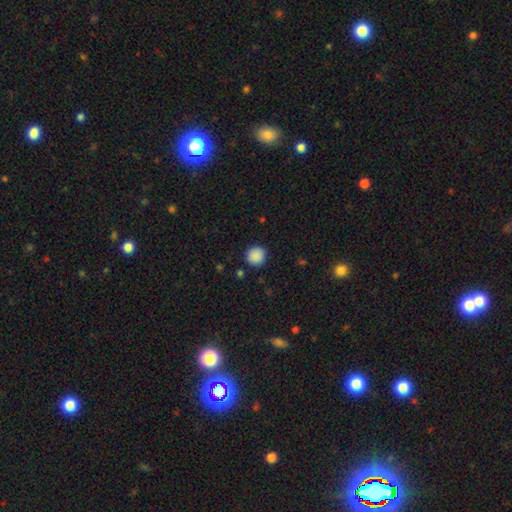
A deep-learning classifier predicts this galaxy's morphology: smooth-or-featured: smooth: 89% | star or artifact: 9% | featured or disk: 2%
  how-rounded: round: 92% | in between: 7% | cigar-shaped: 1%
  merging: none: 90% | minor disturbance: 6% | major disturbance: 2% | merger: 1%